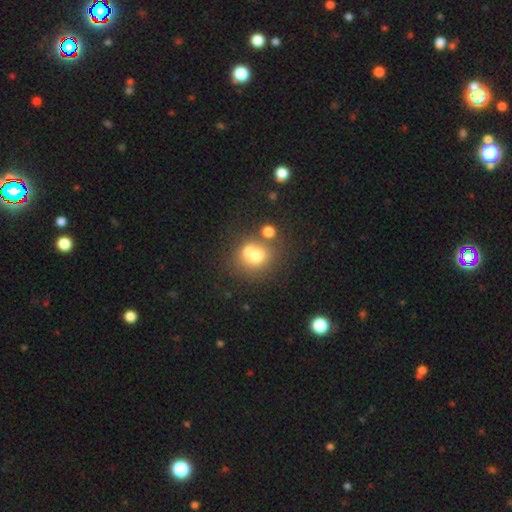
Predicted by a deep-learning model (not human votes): Smooth or featured?
  - smooth: 63% *
  - featured or disk: 22%
  - star or artifact: 14%
How rounded?
  - round: 78% *
  - in between: 21%
  - cigar-shaped: 1%
Merging?
  - merger: 49% *
  - none: 37%
  - minor disturbance: 9%
  - major disturbance: 5%